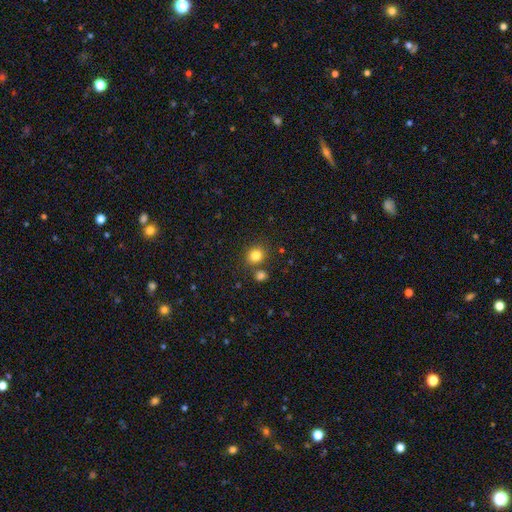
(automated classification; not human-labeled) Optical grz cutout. It shows a smooth galaxy with no disk features (81%) that is round (82%). Merging: none (75%).